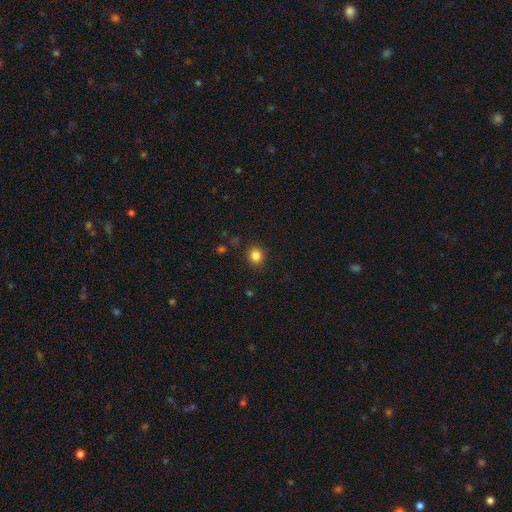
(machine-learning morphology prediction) smooth-or-featured: smooth: 84% | star or artifact: 11% | featured or disk: 4%
  how-rounded: round: 73% | in between: 26% | cigar-shaped: 1%
  merging: none: 89% | minor disturbance: 7% | major disturbance: 2% | merger: 1%